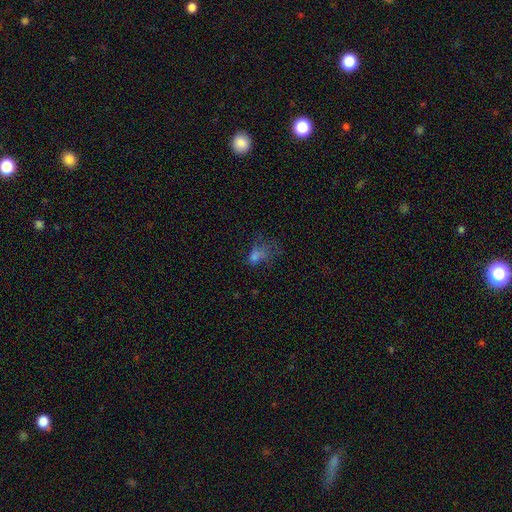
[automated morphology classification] Smooth or featured?
  - smooth: 53% *
  - featured or disk: 24%
  - star or artifact: 23%
How rounded?
  - in between: 72% *
  - round: 25%
  - cigar-shaped: 4%
Merging?
  - major disturbance: 44% *
  - none: 31%
  - minor disturbance: 19%
  - merger: 6%